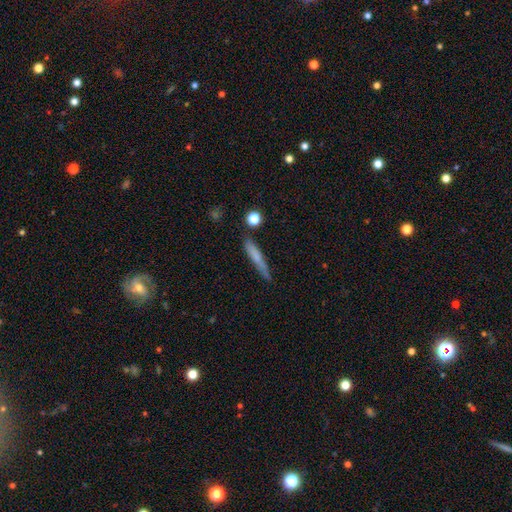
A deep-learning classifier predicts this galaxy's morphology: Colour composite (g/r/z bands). It shows a smooth galaxy with no disk features (63%) that is cigar-shaped (91%). Merging: none (73%).